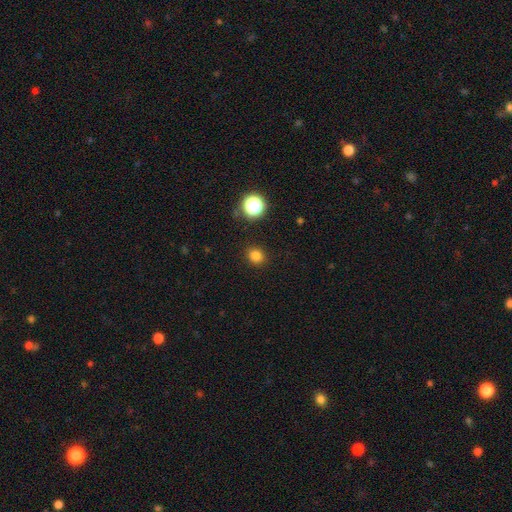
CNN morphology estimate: Q: Smooth or featured?
A: smooth (80%); runner-up: star or artifact (15%)
Q: How rounded?
A: round (81%); runner-up: in between (18%)
Q: Merging?
A: none (90%); runner-up: minor disturbance (6%)